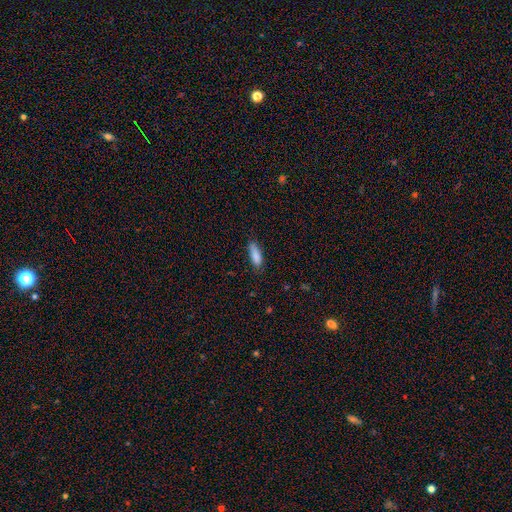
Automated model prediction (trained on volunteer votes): Morphology: type=smooth (86%); roundness=in between (57%); merging=none (73%).